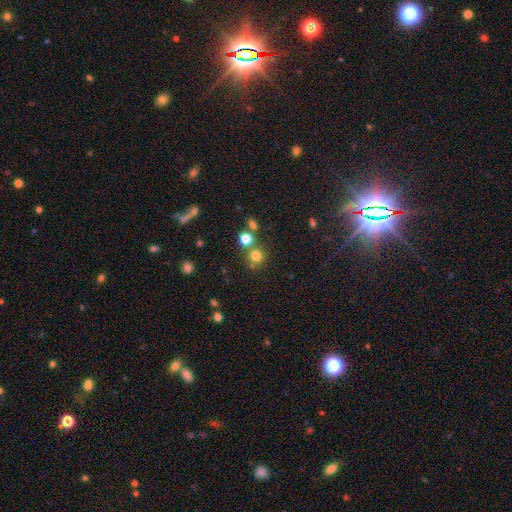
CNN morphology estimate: Overall: smooth (74%). How rounded: round (91%). Merging: none (68%).